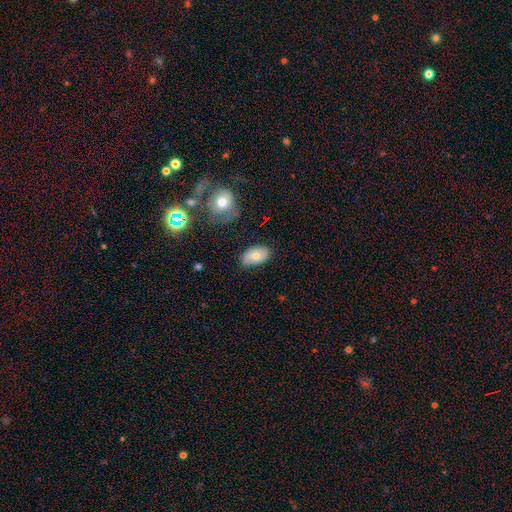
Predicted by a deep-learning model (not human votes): Morphology: type=smooth (68%); roundness=in between (93%); merging=none (69%).